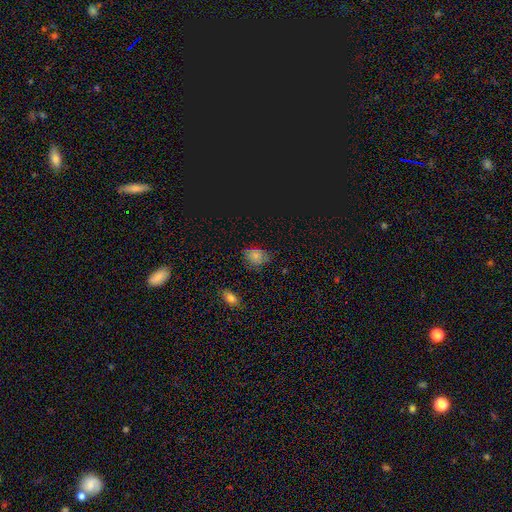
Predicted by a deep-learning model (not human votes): The model was most divided on "how rounded": round: 55%, in between: 43%, cigar-shaped: 2%. More confident: merging — none (74%); smooth or featured — smooth (64%).